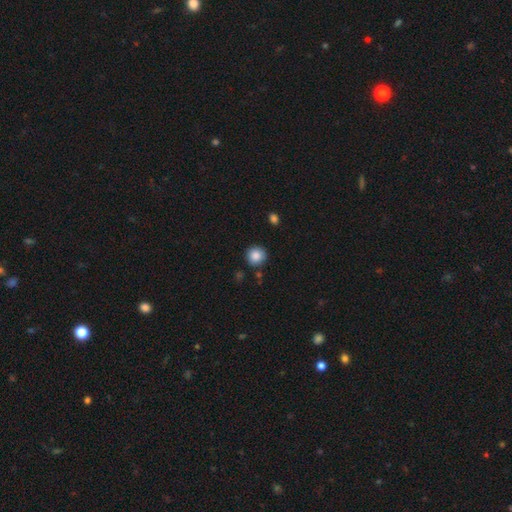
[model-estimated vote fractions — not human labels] The model was most divided on "merging": none: 85%, minor disturbance: 10%, merger: 3%, major disturbance: 2%. More confident: how rounded — round (92%); smooth or featured — smooth (86%).